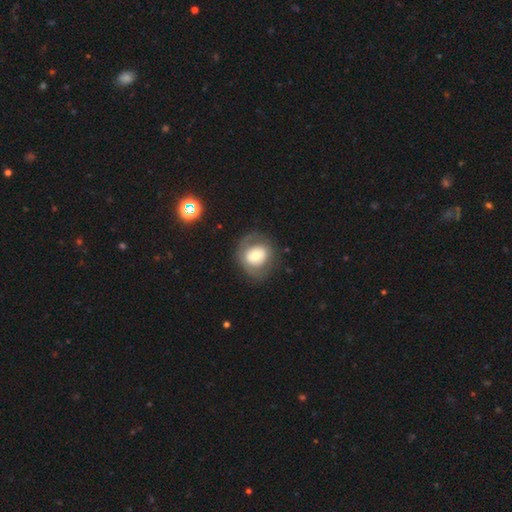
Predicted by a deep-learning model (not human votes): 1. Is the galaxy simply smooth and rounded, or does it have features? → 54% smooth, 39% featured or disk, 8% star or artifact.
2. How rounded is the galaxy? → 73% round, 26% in between, 1% cigar-shaped.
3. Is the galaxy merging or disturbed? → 71% none, 16% minor disturbance, 11% major disturbance, 2% merger.